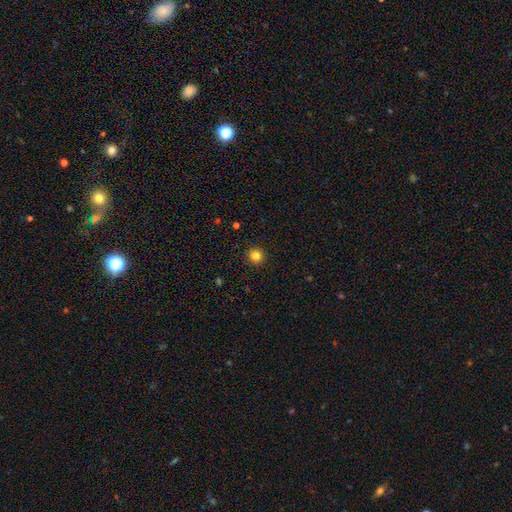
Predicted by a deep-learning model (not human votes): The model was most divided on "smooth or featured": smooth: 83%, star or artifact: 13%, featured or disk: 5%. More confident: how rounded — round (94%); merging — none (92%).